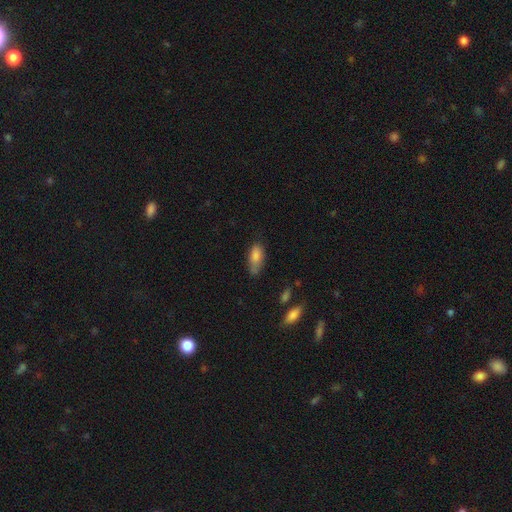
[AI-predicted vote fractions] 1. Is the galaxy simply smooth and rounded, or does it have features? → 82% smooth, 10% featured or disk, 8% star or artifact.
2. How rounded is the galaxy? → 82% in between, 15% cigar-shaped, 3% round.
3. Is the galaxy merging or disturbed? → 51% none, 34% minor disturbance, 10% major disturbance, 5% merger.